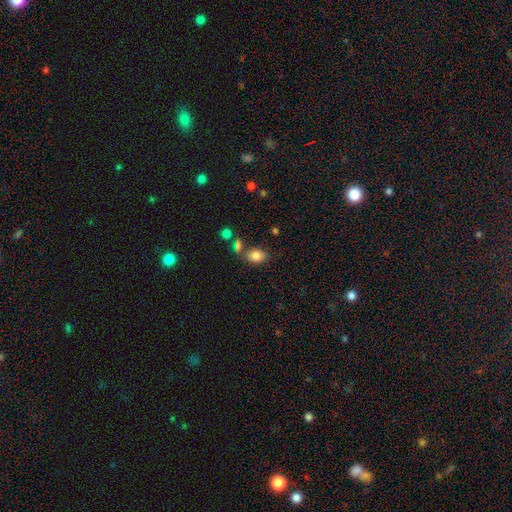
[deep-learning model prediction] Smooth or featured?
  - smooth: 83% *
  - star or artifact: 9%
  - featured or disk: 8%
How rounded?
  - in between: 79% *
  - round: 19%
  - cigar-shaped: 1%
Merging?
  - none: 69% *
  - minor disturbance: 15%
  - merger: 12%
  - major disturbance: 4%